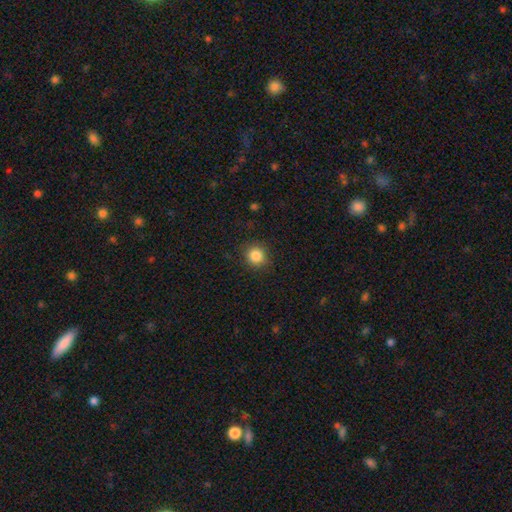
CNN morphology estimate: A smooth galaxy with no disk features (85%) that is round (90%).

Vote fractions:
- Smooth or featured? smooth: 85% / star or artifact: 11% / featured or disk: 4%
- How rounded? round: 90% / in between: 9% / cigar-shaped: 1%
- Merging? none: 89% / minor disturbance: 7% / major disturbance: 2% / merger: 1%